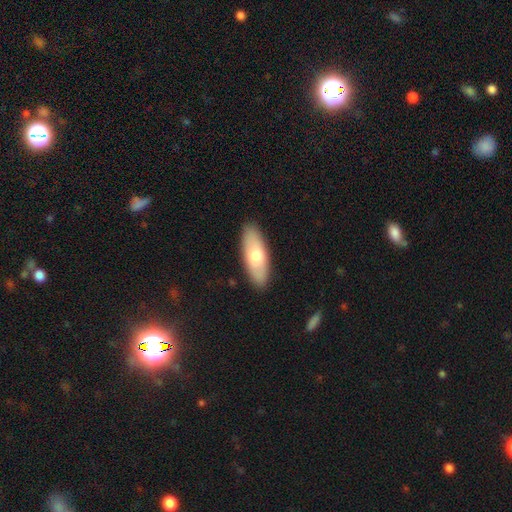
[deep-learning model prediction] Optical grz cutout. It shows a smooth galaxy with no disk features (68%) that is in between round and cigar-shaped (69%). Merging: none (89%).